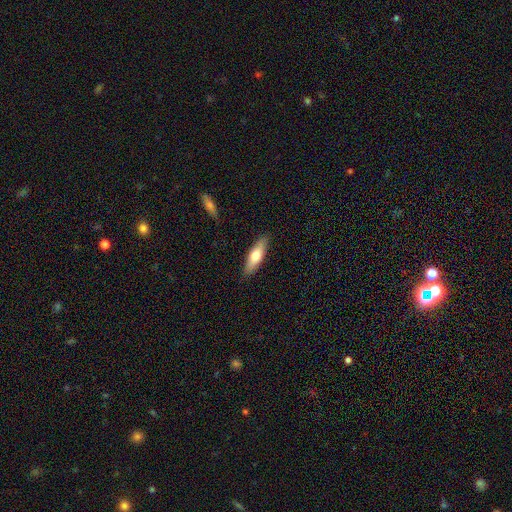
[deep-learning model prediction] smooth 63%, featured or disk 31%, star or artifact 6%. Down the decision tree: how rounded — cigar-shaped (54%); merging — none (88%).